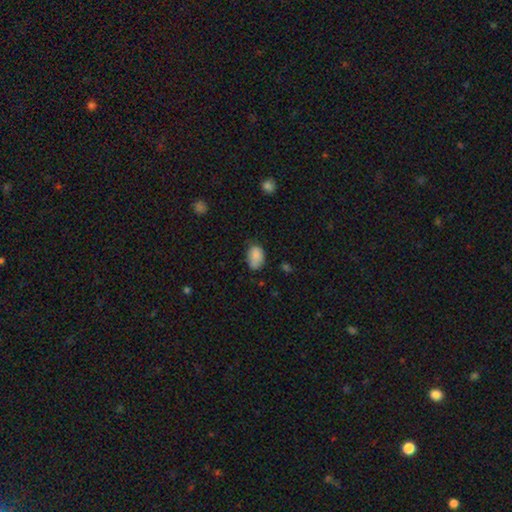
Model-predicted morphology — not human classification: smooth_or_featured: smooth (p=0.84) [alt: star or artifact p=0.08]
how_rounded: in between (p=0.84) [alt: round p=0.15]
merging: none (p=0.57) [alt: minor disturbance p=0.32]